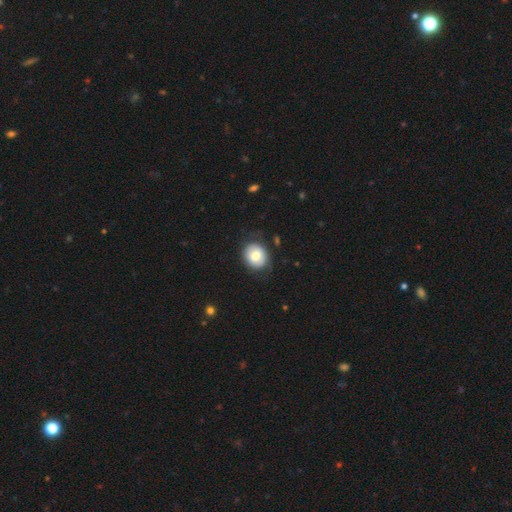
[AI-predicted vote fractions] This is likely a smooth galaxy (71%). How rounded: likely round (74%). Merging: likely none (79%).